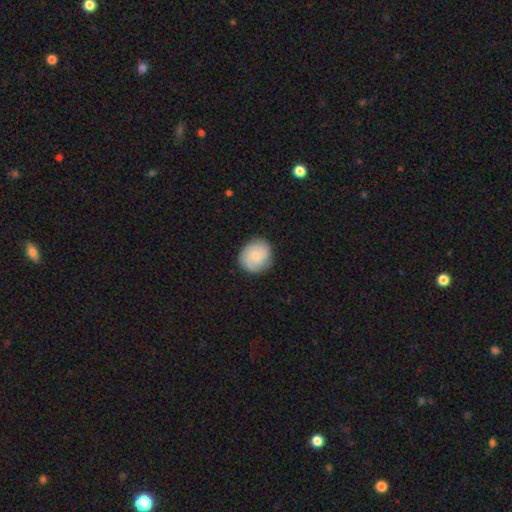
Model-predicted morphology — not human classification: type=smooth (65%); roundness=round (81%); merging=none (83%).